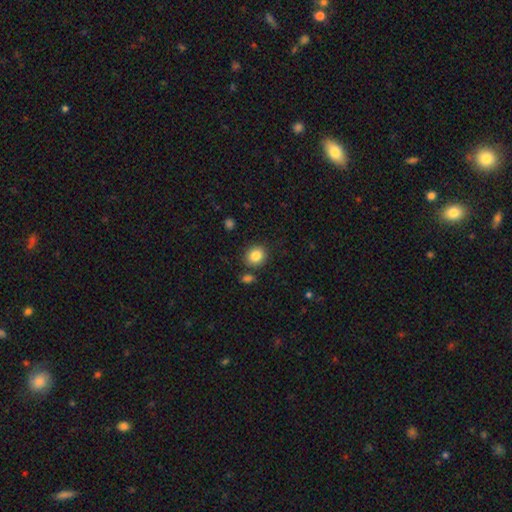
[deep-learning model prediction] A smooth galaxy with no disk features (84%) that is round (78%). Merging: none (84%).